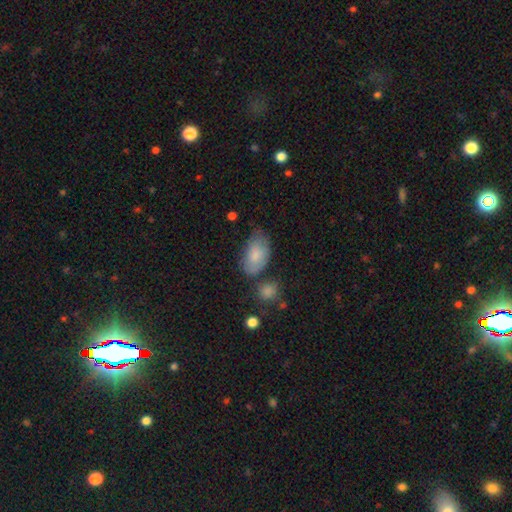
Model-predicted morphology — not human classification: Overall: smooth (78%). How rounded: in between (92%). Merging: none (51%; minor disturbance 30%).